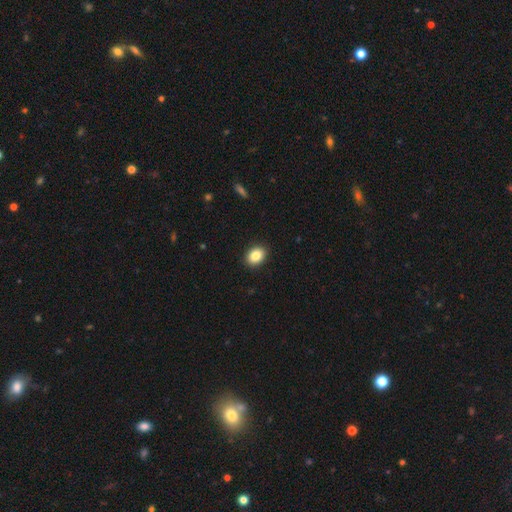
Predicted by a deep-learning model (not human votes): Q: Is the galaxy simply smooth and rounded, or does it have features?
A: smooth — 85%.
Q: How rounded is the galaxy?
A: in between — 67%.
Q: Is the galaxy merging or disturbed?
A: none — 91%.